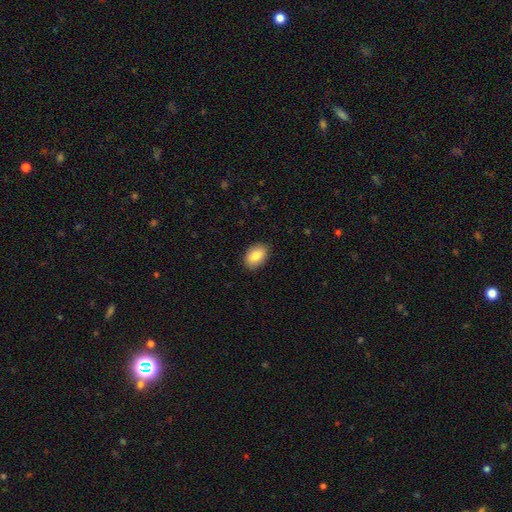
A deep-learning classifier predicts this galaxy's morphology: This appears to be a smooth galaxy with no disk features (85%) that is in between round and cigar-shaped (85%). Merging: none (88%).